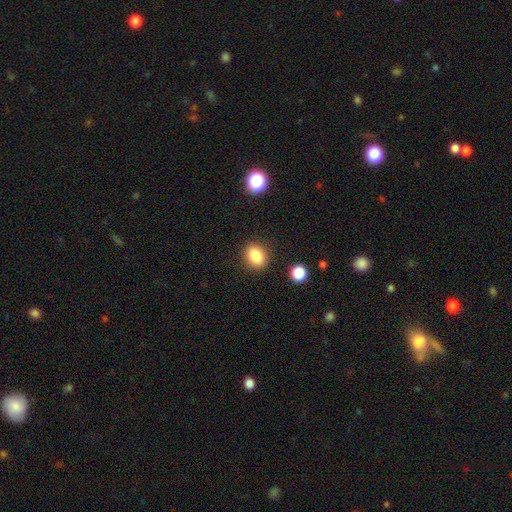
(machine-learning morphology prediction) Smooth or featured? smooth (85%)
How rounded? in between (53%)
Merging? none (87%)